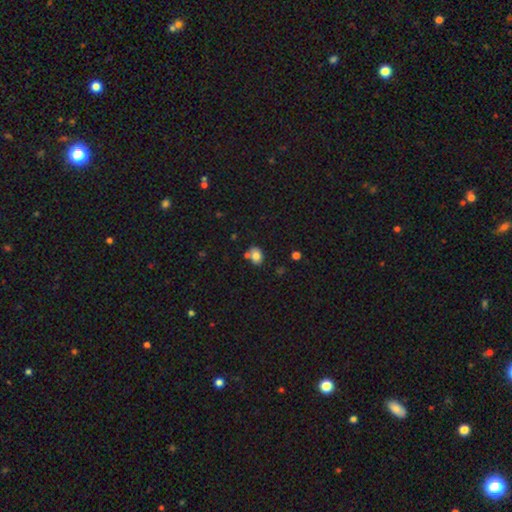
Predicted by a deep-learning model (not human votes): This appears to be a smooth galaxy with no disk features (81%) that is in between round and cigar-shaped (61%). Merging: none (62%).